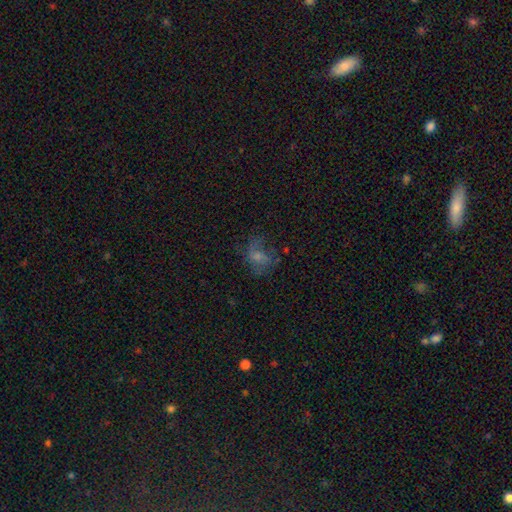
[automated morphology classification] smooth_or_featured: smooth (p=0.41) [alt: featured or disk p=0.37]
merging: none (p=0.53) [alt: major disturbance p=0.23]